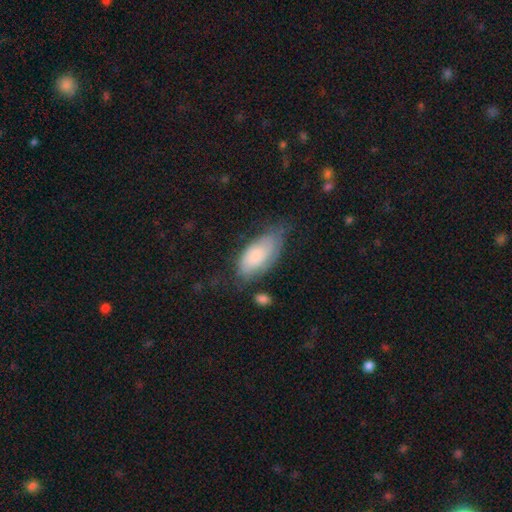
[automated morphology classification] Smooth or featured?
  - smooth: 71% *
  - featured or disk: 22%
  - star or artifact: 7%
How rounded?
  - in between: 91% *
  - cigar-shaped: 6%
  - round: 2%
Merging?
  - none: 44% *
  - minor disturbance: 37%
  - major disturbance: 15%
  - merger: 3%